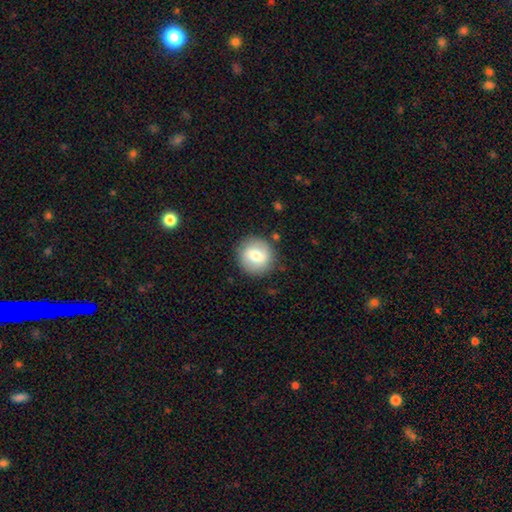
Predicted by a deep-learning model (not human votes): smooth 65%, featured or disk 28%, star or artifact 7%. Down the decision tree: how rounded — round (91%); merging — none (87%).